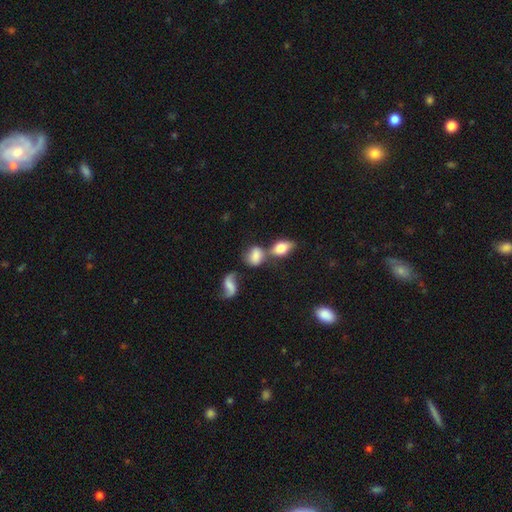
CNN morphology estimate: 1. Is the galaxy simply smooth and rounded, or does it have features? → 70% smooth, 20% featured or disk, 9% star or artifact.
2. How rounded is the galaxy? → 71% in between, 26% round, 3% cigar-shaped.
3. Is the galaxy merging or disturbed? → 41% merger, 39% none, 13% minor disturbance, 7% major disturbance.